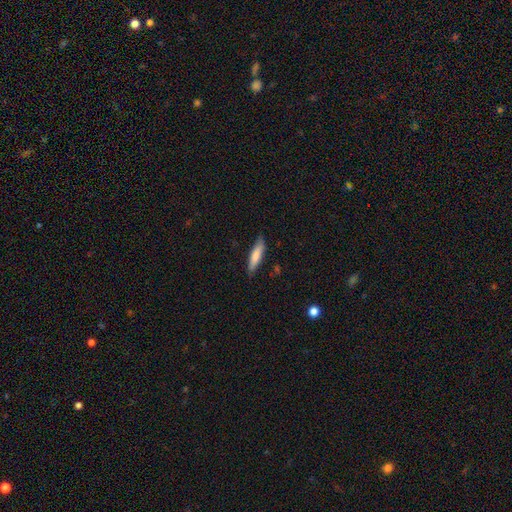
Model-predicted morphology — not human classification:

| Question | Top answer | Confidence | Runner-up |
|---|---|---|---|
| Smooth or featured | smooth | 77% | featured or disk (17%) |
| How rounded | cigar-shaped | 75% | in between (24%) |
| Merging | none | 79% | minor disturbance (17%) |